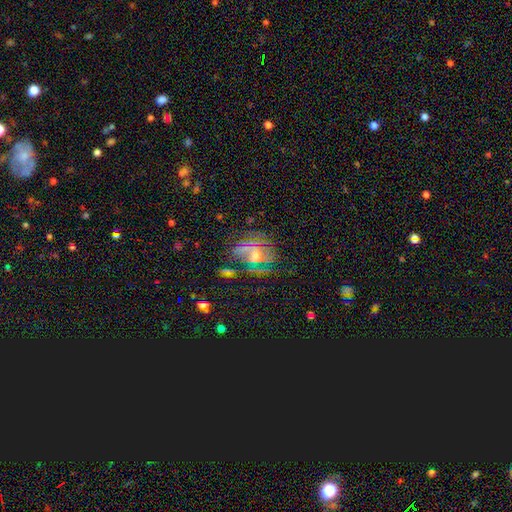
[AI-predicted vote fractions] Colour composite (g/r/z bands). It shows a featured or disk galaxy (50%). Merging: none (55%).